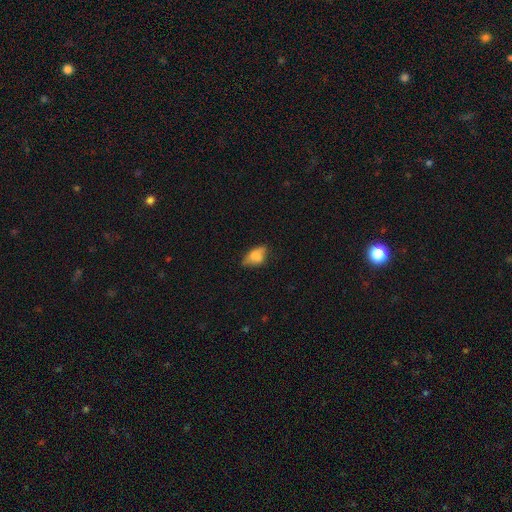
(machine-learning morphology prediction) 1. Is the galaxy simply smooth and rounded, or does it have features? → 67% smooth, 24% featured or disk, 9% star or artifact.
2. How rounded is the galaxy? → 85% in between, 8% round, 6% cigar-shaped.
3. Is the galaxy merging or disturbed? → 53% none, 32% minor disturbance, 11% major disturbance, 4% merger.